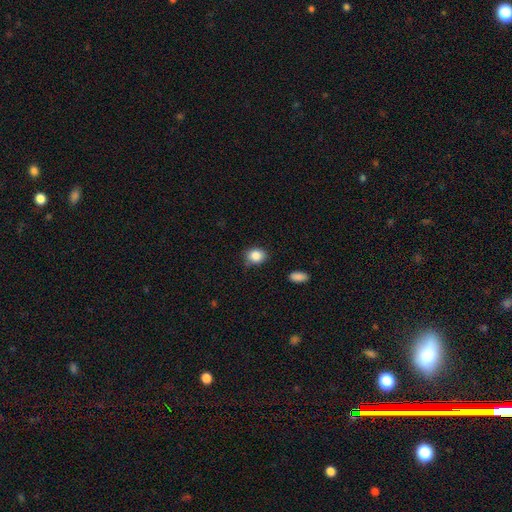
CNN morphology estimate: Smooth or featured? smooth (85%)
How rounded? round (58%)
Merging? none (79%)